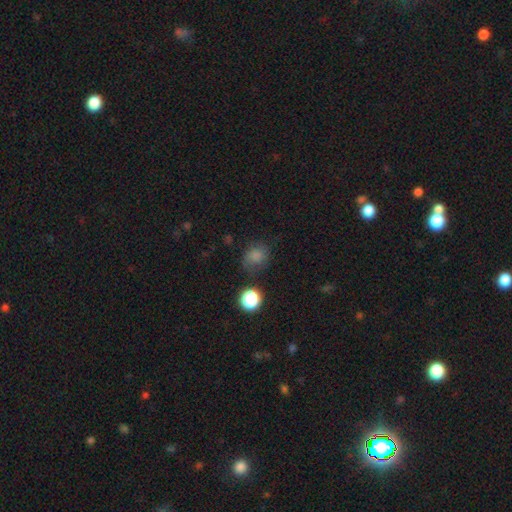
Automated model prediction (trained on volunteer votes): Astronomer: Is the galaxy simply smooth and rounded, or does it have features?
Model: smooth — 76%.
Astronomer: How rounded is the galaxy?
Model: round — 67%.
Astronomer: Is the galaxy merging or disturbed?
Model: none — 65%.